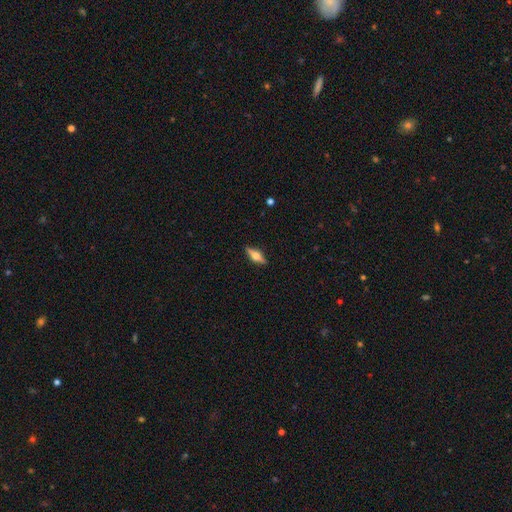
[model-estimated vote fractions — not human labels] smooth_or_featured: featured or disk (p=0.61) [alt: smooth p=0.32]
disk_edge_on: yes (p=0.95) [alt: no p=0.05]
edge_on_bulge: rounded (p=0.92) [alt: boxy p=0.06]
merging: none (p=0.88) [alt: minor disturbance p=0.09]